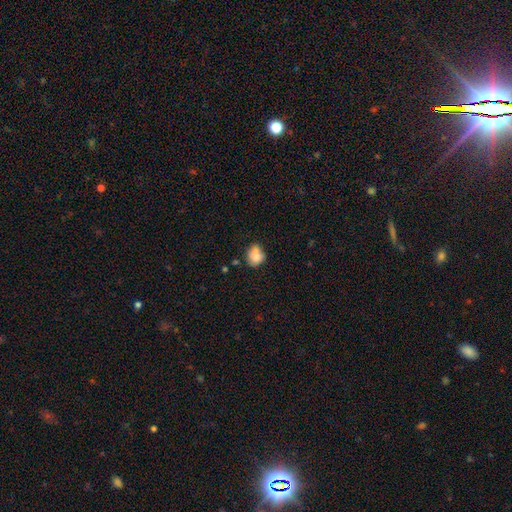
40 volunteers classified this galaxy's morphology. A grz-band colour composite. It shows a smooth galaxy with no disk features (82%) that is round (52%). Merging: none (35%).